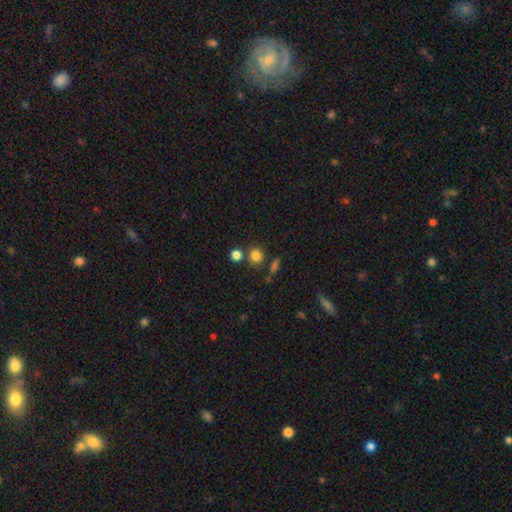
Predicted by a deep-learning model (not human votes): smooth 80%, star or artifact 14%, featured or disk 6%. Down the decision tree: how rounded — round (87%); merging — none (70%).